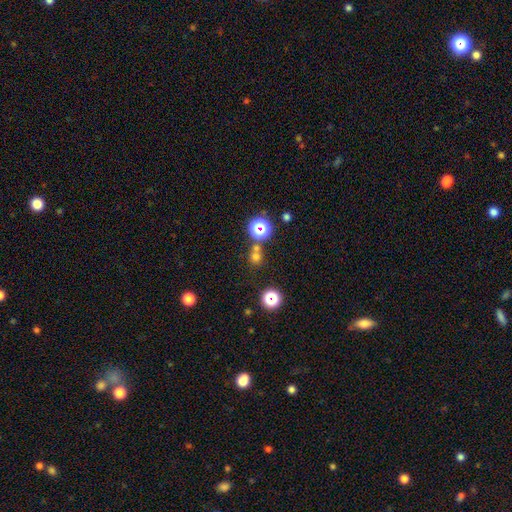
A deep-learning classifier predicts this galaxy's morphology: type=smooth (56%); roundness=round (89%); merging=none (67%).